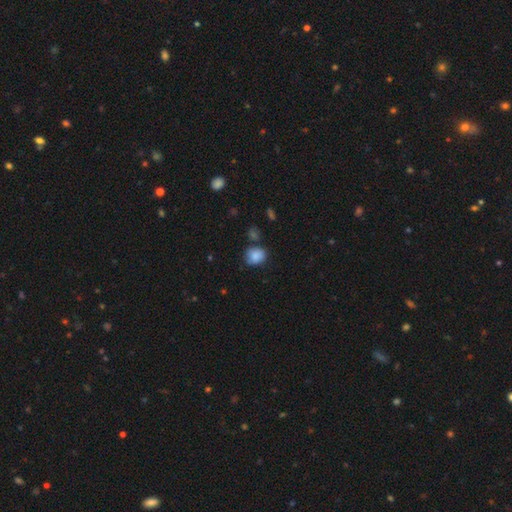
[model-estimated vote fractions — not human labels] Overall: smooth (86%). How rounded: round (63%; in between 36%). Merging: none (69%).